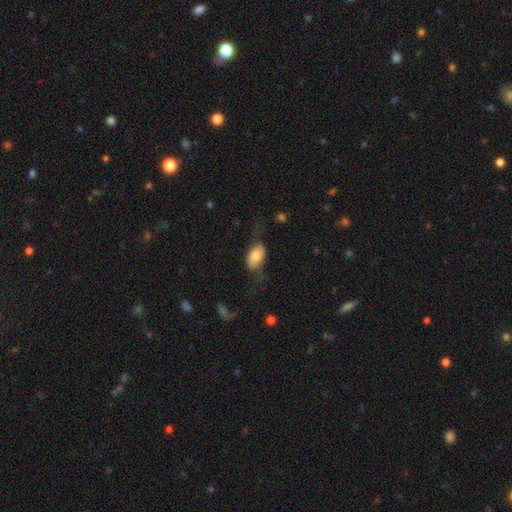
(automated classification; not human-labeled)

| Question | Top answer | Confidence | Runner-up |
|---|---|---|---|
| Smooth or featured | smooth | 70% | featured or disk (24%) |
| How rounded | in between | 91% | round (7%) |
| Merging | none | 49% | minor disturbance (24%) |